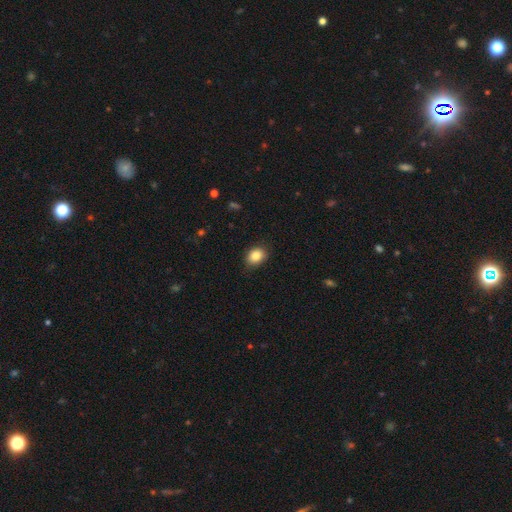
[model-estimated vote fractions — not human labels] Smooth or featured?
  - smooth: 85% *
  - star or artifact: 9%
  - featured or disk: 6%
How rounded?
  - in between: 56% *
  - round: 43%
  - cigar-shaped: 1%
Merging?
  - none: 81% *
  - minor disturbance: 15%
  - major disturbance: 3%
  - merger: 1%